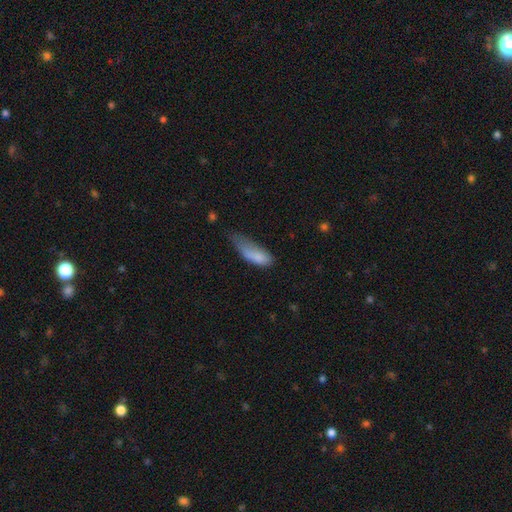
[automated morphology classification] A smooth galaxy with no disk features (78%) that is in between round and cigar-shaped (70%). Merging: minor disturbance (40%).